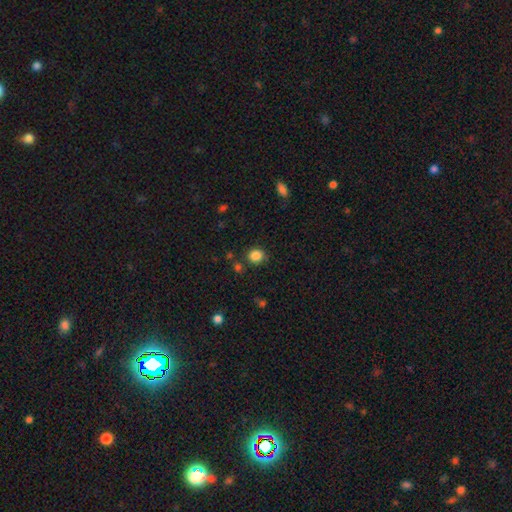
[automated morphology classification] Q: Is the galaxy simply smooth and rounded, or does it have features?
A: smooth — 85%.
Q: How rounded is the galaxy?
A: round — 79%.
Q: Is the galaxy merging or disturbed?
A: none — 79%.